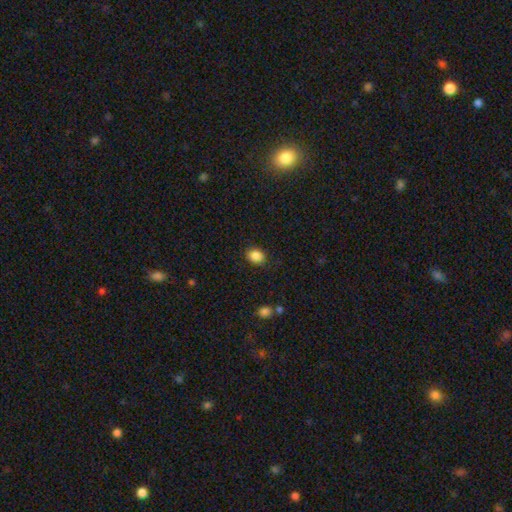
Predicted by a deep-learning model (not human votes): A smooth galaxy with no disk features (87%) that is in between round and cigar-shaped (52%).

Vote fractions:
- Smooth or featured? smooth: 87% / star or artifact: 9% / featured or disk: 4%
- How rounded? in between: 52% / round: 47% / cigar-shaped: 1%
- Merging? none: 87% / minor disturbance: 9% / major disturbance: 3% / merger: 1%